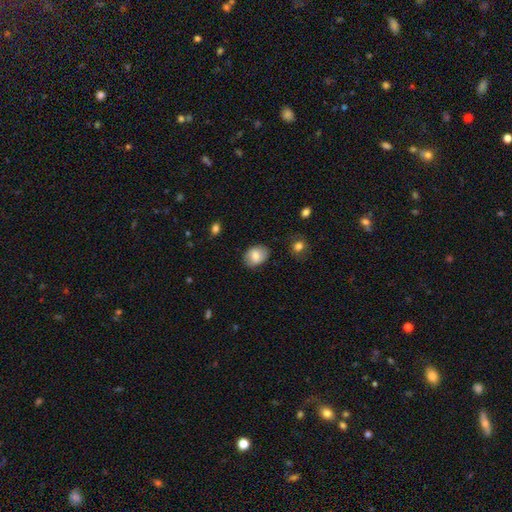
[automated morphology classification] A smooth galaxy with no disk features (75%) that is in between round and cigar-shaped (64%).

Vote fractions:
- Smooth or featured? smooth: 75% / featured or disk: 17% / star or artifact: 7%
- How rounded? in between: 64% / round: 35% / cigar-shaped: 1%
- Merging? none: 83% / minor disturbance: 13% / major disturbance: 3% / merger: 1%